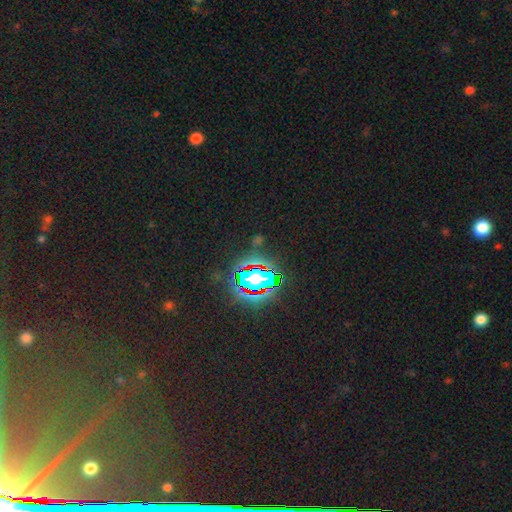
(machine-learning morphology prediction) Smooth or featured: star or artifact — 81% (smooth — 11%)